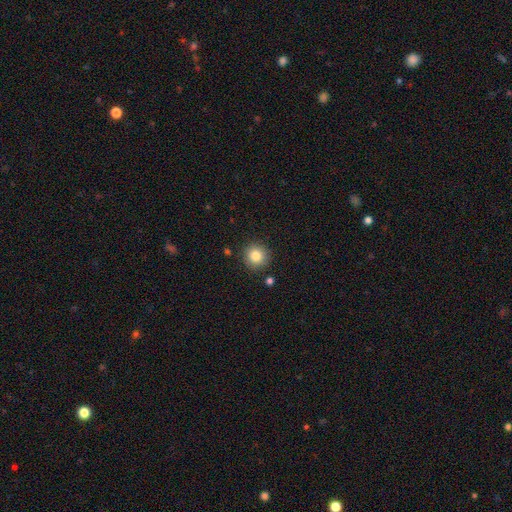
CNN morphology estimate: Smooth or featured: smooth — 84% (star or artifact — 10%)
How rounded: round — 94% (in between — 5%)
Merging: none — 88% (minor disturbance — 7%)